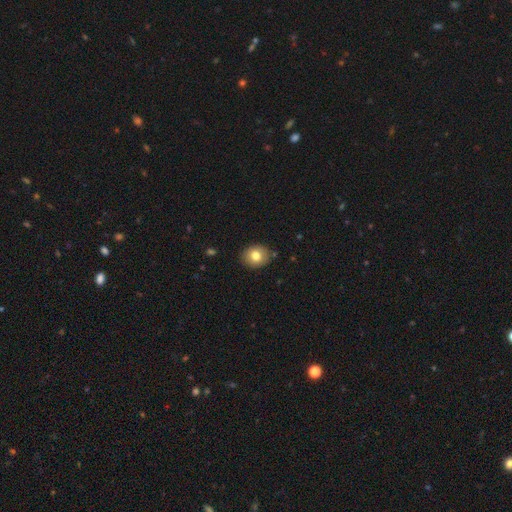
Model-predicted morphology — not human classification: Smooth or featured: smooth — 78% (featured or disk — 13%)
How rounded: round — 63% (in between — 36%)
Merging: none — 86% (minor disturbance — 10%)